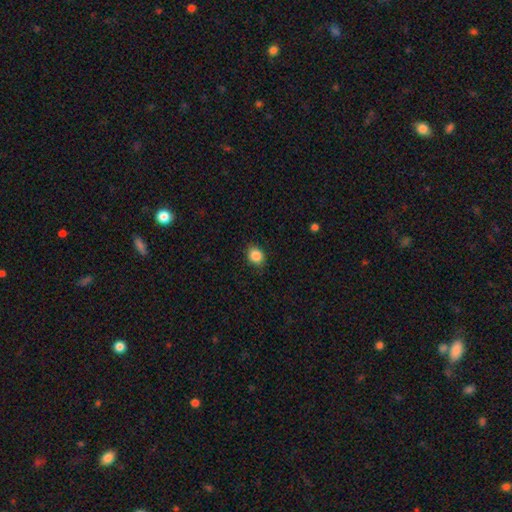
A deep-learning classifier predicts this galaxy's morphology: The model was most divided on "how rounded": round: 55%, in between: 44%, cigar-shaped: 1%. More confident: smooth or featured — smooth (87%); merging — none (85%).